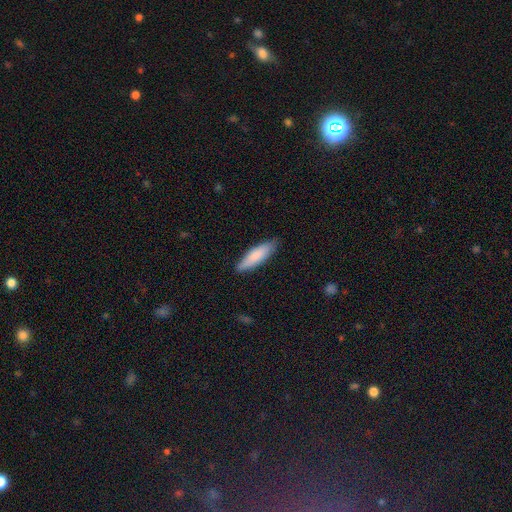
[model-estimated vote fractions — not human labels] smooth_or_featured: smooth (p=0.81) [alt: featured or disk p=0.13]
how_rounded: cigar-shaped (p=0.61) [alt: in between p=0.37]
merging: none (p=0.83) [alt: minor disturbance p=0.14]